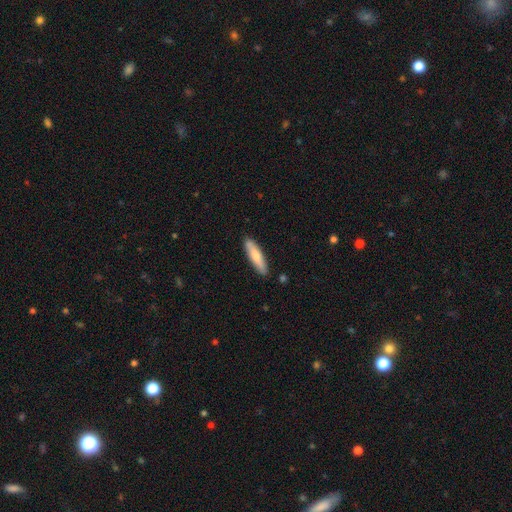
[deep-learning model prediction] The model was most divided on "how rounded": cigar-shaped: 75%, in between: 24%, round: 1%. More confident: merging — none (88%); smooth or featured — smooth (75%).